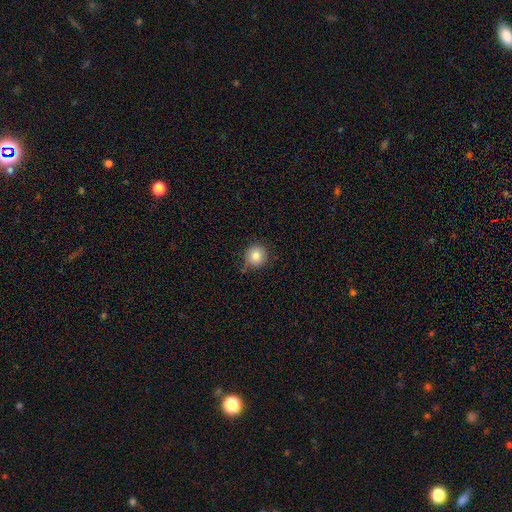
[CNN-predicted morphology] Smooth or featured? Predicted: smooth (p=0.83). How rounded? Predicted: round (p=0.93). Merging? Predicted: none (p=0.80).